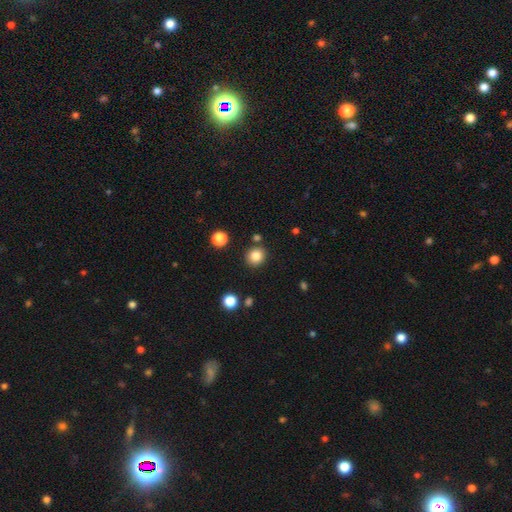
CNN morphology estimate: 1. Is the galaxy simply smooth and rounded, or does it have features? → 83% smooth, 11% star or artifact, 6% featured or disk.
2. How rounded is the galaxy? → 86% round, 13% in between, 1% cigar-shaped.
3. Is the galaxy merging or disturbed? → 86% none, 7% minor disturbance, 5% merger, 2% major disturbance.